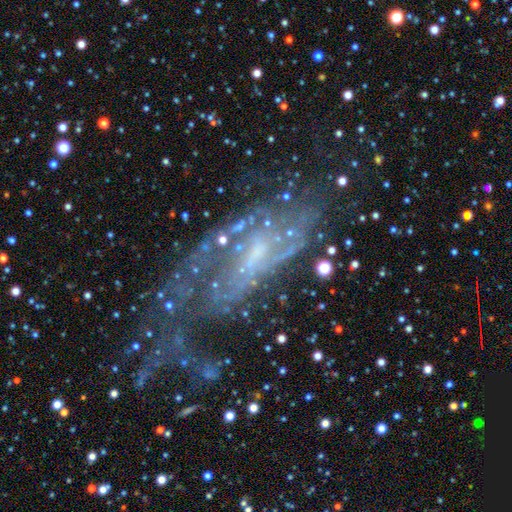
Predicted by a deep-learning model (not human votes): smooth_or_featured: featured or disk (p=0.74) [alt: star or artifact p=0.13]
disk_edge_on: no (p=0.89) [alt: yes p=0.11]
bar: no (p=0.39) [alt: weak p=0.38]
has_spiral_arms: yes (p=0.79) [alt: no p=0.21]
spiral_winding: medium (p=0.38) [alt: tight p=0.33]
spiral_arm_count: can't tell (p=0.38) [alt: 2 p=0.33]
bulge_size: small (p=0.38) [alt: none p=0.35]
merging: none (p=0.41) [alt: major disturbance p=0.33]